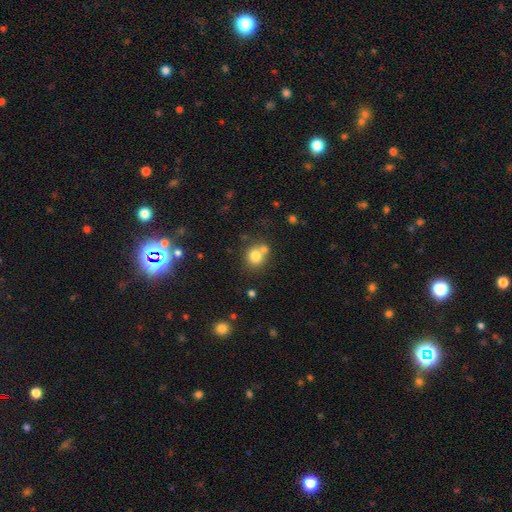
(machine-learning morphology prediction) type=smooth (78%); roundness=round (82%); merging=none (53%).